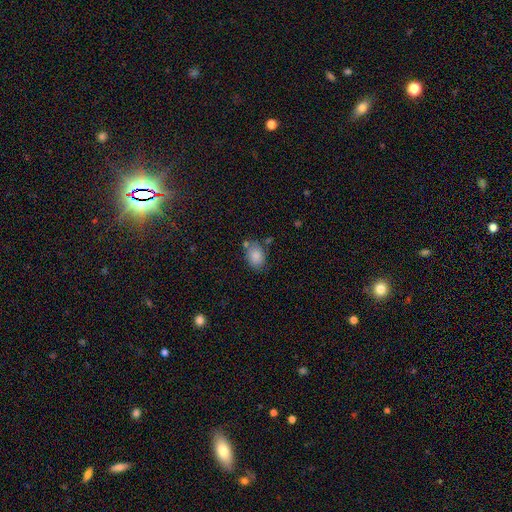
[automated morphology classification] Overall: smooth (85%). How rounded: in between (70%). Merging: none (65%).